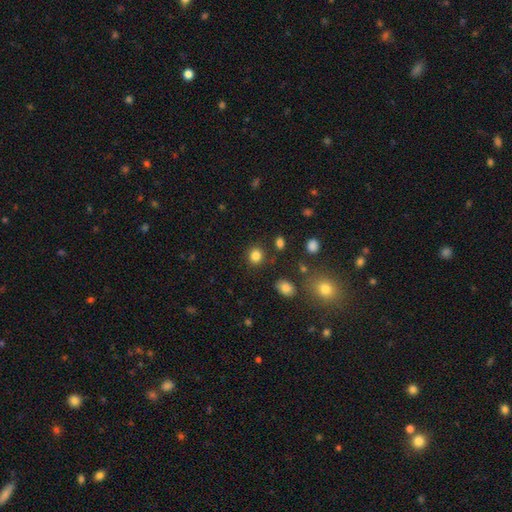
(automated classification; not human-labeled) Morphology: type=smooth (84%); roundness=round (80%); merging=none (86%).